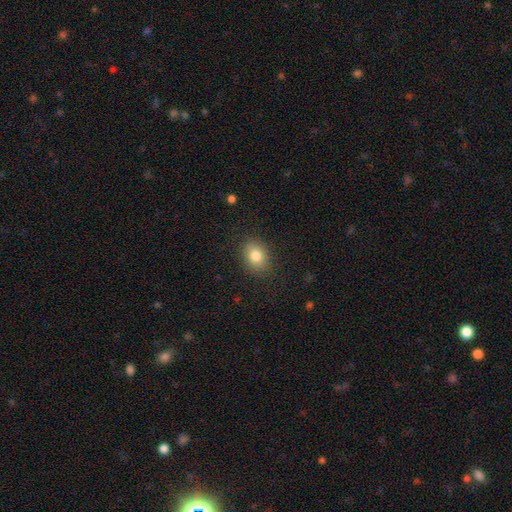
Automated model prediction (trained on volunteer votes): Q: Smooth or featured?
A: smooth (82%); runner-up: star or artifact (10%)
Q: How rounded?
A: in between (56%); runner-up: round (43%)
Q: Merging?
A: none (86%); runner-up: minor disturbance (10%)